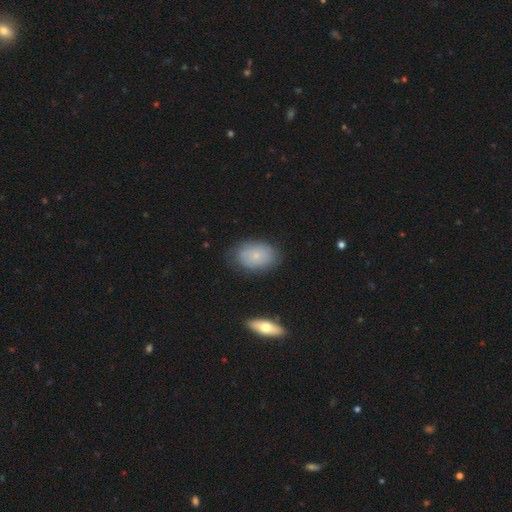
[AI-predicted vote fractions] Smooth or featured: smooth — 65% (featured or disk — 27%)
How rounded: in between — 83% (round — 16%)
Merging: none — 76% (minor disturbance — 18%)